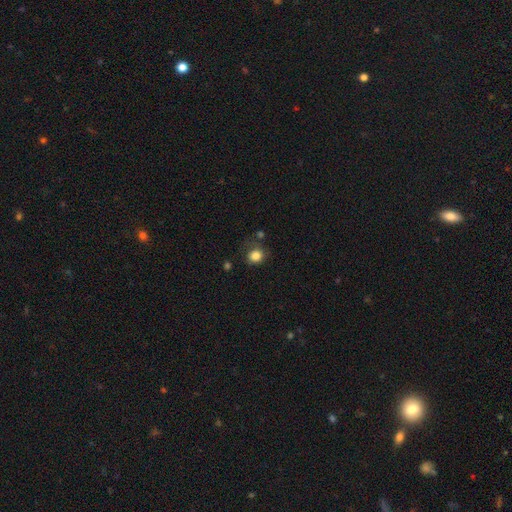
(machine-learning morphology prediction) Smooth or featured? Predicted: smooth (p=0.83). How rounded? Predicted: round (p=0.77). Merging? Predicted: none (p=0.67).